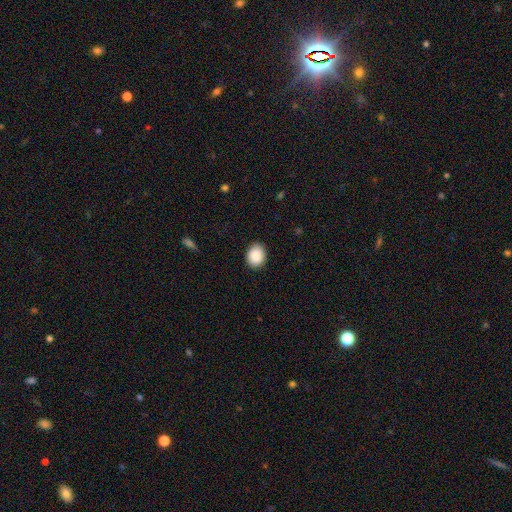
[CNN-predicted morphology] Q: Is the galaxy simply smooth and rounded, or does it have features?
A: smooth — 90%.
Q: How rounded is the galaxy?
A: in between — 53%.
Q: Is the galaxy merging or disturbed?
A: none — 88%.